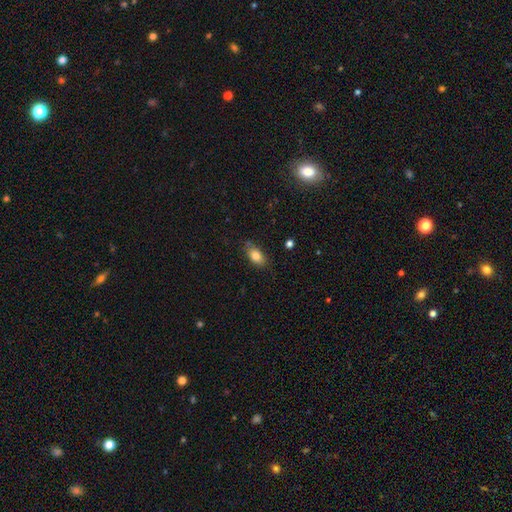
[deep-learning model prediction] This appears to be a smooth galaxy with no disk features (81%) that is in between round and cigar-shaped (88%). Merging: none (77%).